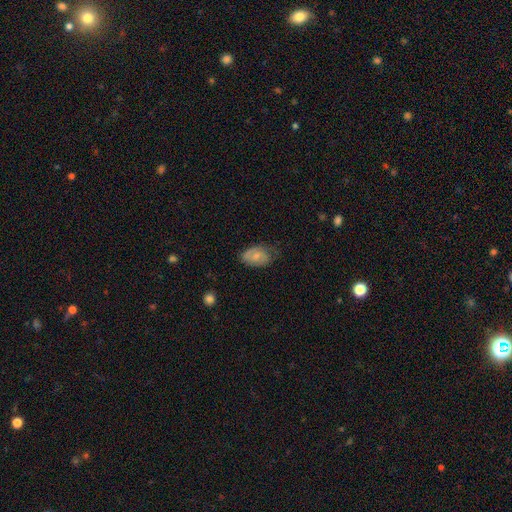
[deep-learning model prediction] Smooth or featured? Predicted: smooth (p=0.58). How rounded? Predicted: in between (p=0.85). Merging? Predicted: none (p=0.58).